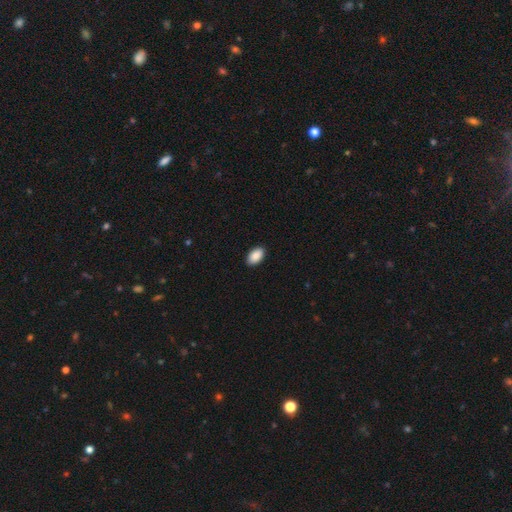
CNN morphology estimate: Smooth or featured? smooth (90%)
How rounded? in between (94%)
Merging? none (90%)